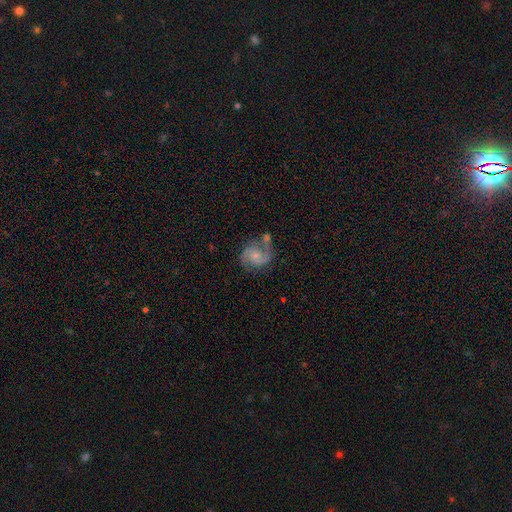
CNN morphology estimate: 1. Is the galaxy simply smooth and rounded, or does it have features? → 82% featured or disk, 12% smooth, 6% star or artifact.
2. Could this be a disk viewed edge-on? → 98% no, 2% yes.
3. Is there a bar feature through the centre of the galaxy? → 66% no, 30% weak, 4% strong.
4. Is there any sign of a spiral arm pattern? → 96% yes, 4% no.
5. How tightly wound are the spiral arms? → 53% medium, 26% tight, 21% loose.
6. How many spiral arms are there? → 86% 2, 4% can't tell, 4% 1, 3% 3, 1% 4, 1% more than 4.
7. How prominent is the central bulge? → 58% small, 29% moderate, 9% none, 2% large, 1% dominant.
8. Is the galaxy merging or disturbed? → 54% none, 20% minor disturbance, 16% merger, 11% major disturbance.